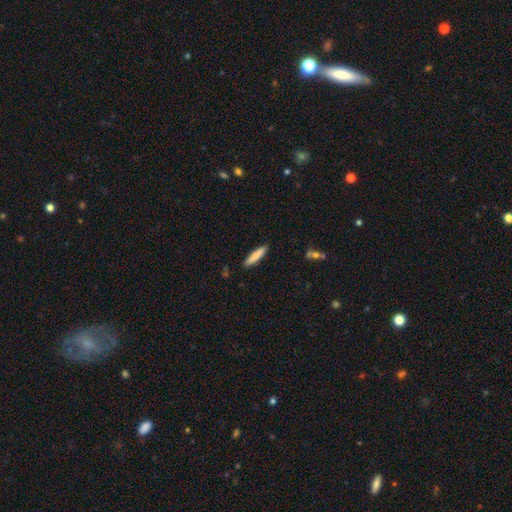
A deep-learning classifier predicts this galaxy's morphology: Smooth or featured: smooth — 82% (featured or disk — 12%)
How rounded: cigar-shaped — 87% (in between — 11%)
Merging: none — 89% (minor disturbance — 8%)